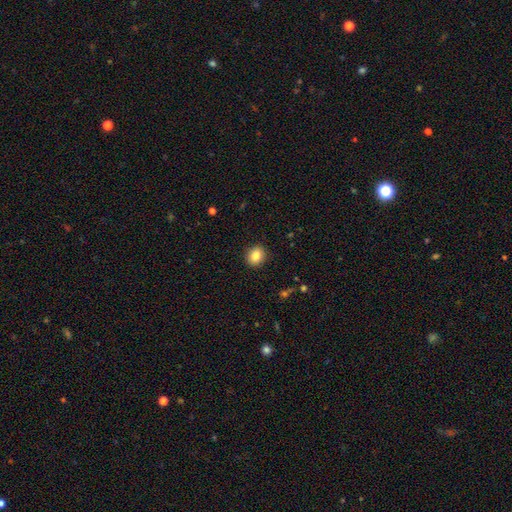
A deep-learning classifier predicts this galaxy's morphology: This appears to be a smooth galaxy with no disk features (84%) that is round (68%). Merging: none (91%).